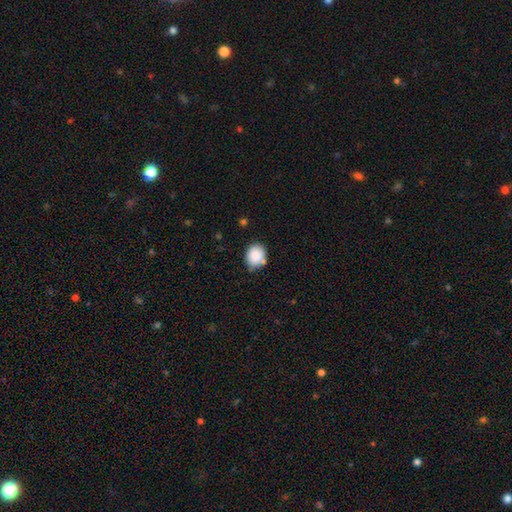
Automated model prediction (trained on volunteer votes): A smooth galaxy with no disk features (87%) that is round (57%). Merging: none (70%).